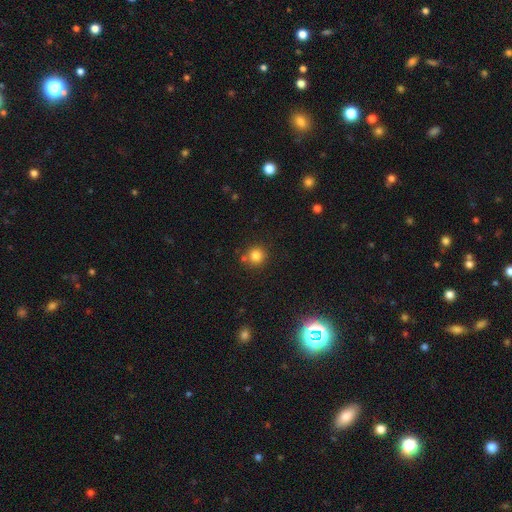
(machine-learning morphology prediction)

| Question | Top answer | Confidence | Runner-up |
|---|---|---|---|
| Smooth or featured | smooth | 82% | star or artifact (13%) |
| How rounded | round | 93% | in between (6%) |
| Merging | none | 77% | merger (10%) |